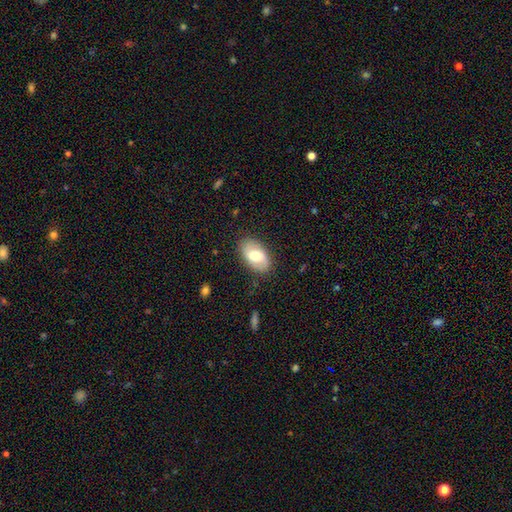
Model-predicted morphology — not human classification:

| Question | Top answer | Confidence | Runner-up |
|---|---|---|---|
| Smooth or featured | smooth | 50% | featured or disk (44%) |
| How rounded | in between | 92% | round (7%) |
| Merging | none | 83% | minor disturbance (13%) |